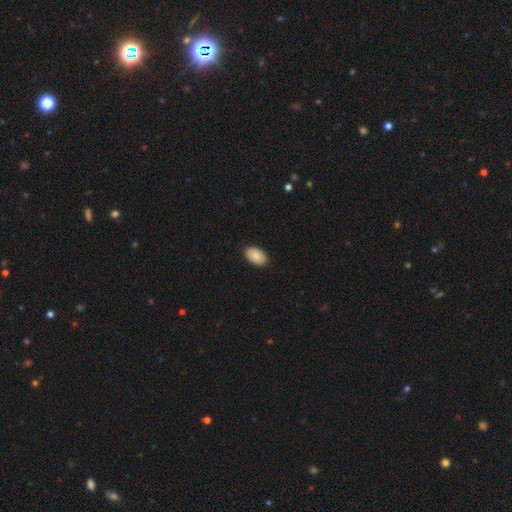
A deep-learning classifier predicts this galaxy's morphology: This appears to be a smooth galaxy with no disk features (88%) that is in between round and cigar-shaped (94%). Merging: none (90%).